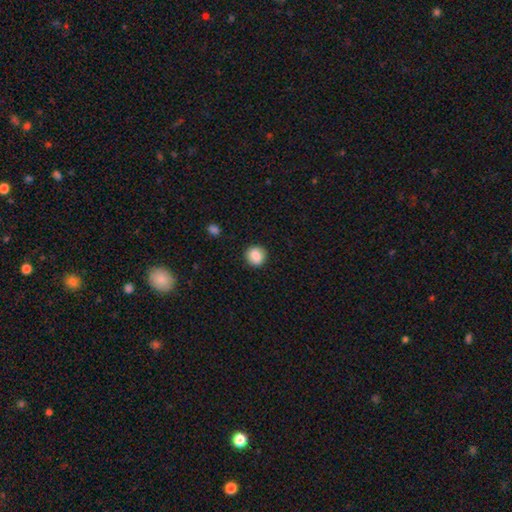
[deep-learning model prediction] Smooth or featured?
  - smooth: 86% *
  - star or artifact: 9%
  - featured or disk: 5%
How rounded?
  - round: 90% *
  - in between: 9%
  - cigar-shaped: 1%
Merging?
  - none: 90% *
  - minor disturbance: 7%
  - major disturbance: 2%
  - merger: 1%